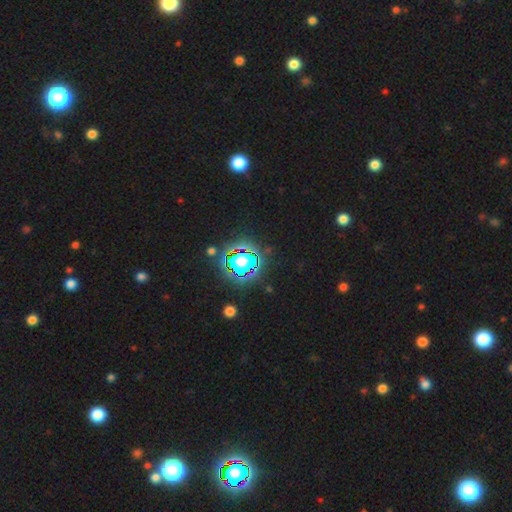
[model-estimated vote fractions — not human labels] Overall: star or artifact (82%).